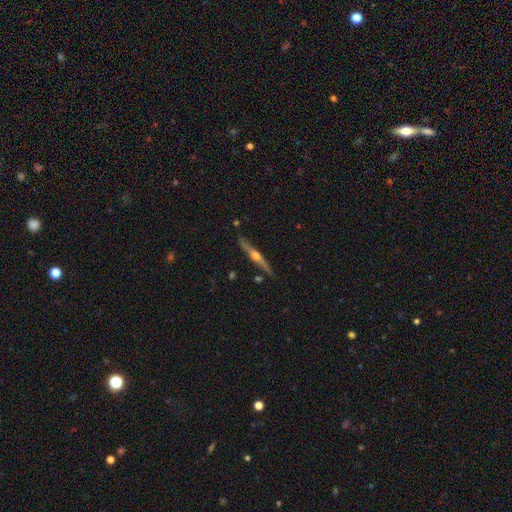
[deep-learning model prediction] featured or disk 78%, smooth 16%, star or artifact 5%. Down the decision tree: edge-on disk — yes (98%); edge-on bulge — rounded (92%); merging — none (86%).